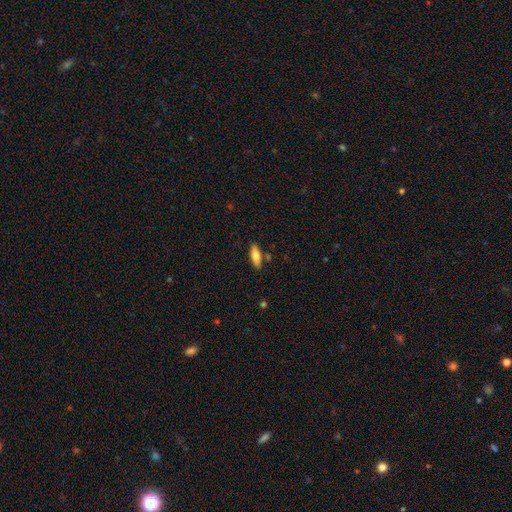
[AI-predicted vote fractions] smooth 65%, featured or disk 28%, star or artifact 6%. Down the decision tree: how rounded — in between (59%); merging — none (82%).